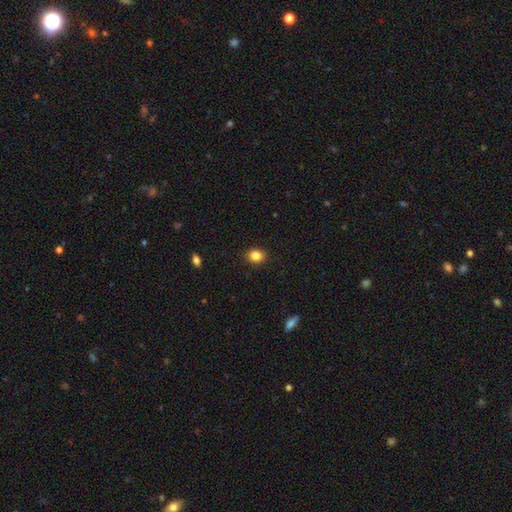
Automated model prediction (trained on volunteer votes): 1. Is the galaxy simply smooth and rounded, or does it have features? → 85% smooth, 10% star or artifact, 5% featured or disk.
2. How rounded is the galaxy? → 64% round, 35% in between, 1% cigar-shaped.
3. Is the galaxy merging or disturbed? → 90% none, 7% minor disturbance, 2% major disturbance, 1% merger.